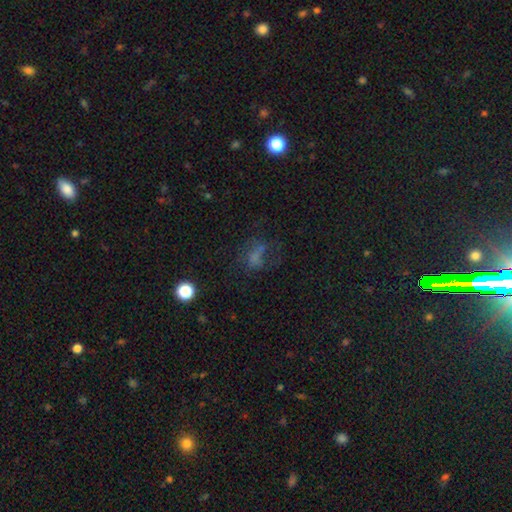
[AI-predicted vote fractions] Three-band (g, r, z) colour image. It shows a smooth galaxy with no disk features (44%). Merging: none (44%).